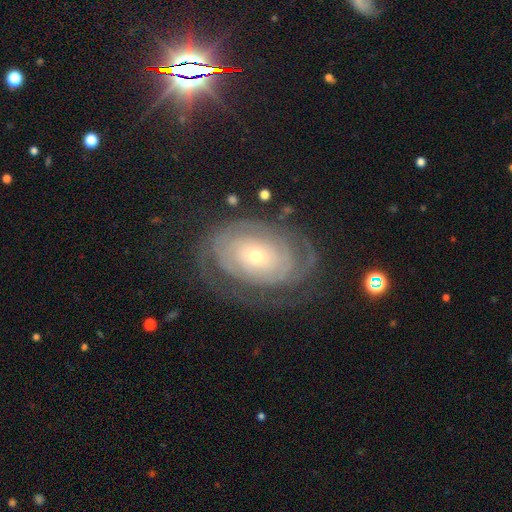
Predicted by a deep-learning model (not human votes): Smooth or featured? featured or disk (83%)
Edge-on disk? no (96%)
Bar? no (78%)
Spiral arms? yes (90%)
Spiral winding? tight (80%)
Spiral arm count? can't tell (44%)
Bulge size? small (61%)
Merging? none (72%)